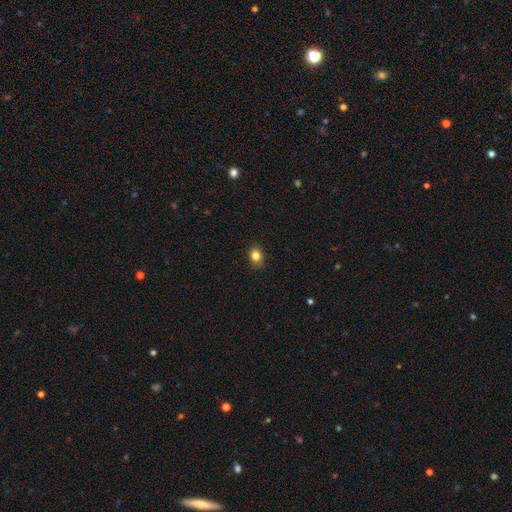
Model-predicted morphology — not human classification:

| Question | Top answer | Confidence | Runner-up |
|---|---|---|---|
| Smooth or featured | smooth | 83% | star or artifact (11%) |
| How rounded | round | 55% | in between (44%) |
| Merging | none | 86% | minor disturbance (11%) |